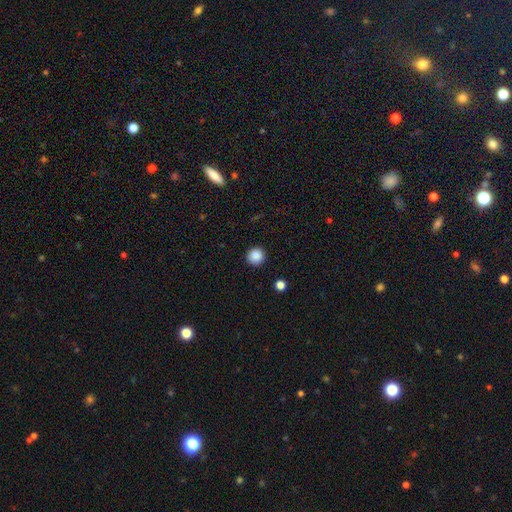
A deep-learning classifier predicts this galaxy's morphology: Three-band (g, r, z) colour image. It shows a smooth galaxy with no disk features (87%) that is round (95%). Merging: none (92%).